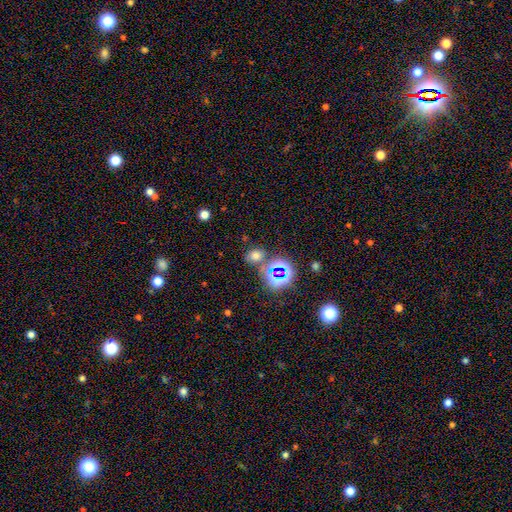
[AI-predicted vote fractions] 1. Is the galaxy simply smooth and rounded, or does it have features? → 59% smooth, 33% star or artifact, 8% featured or disk.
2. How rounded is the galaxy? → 54% round, 45% in between, 1% cigar-shaped.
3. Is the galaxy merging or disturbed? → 71% none, 13% merger, 11% minor disturbance, 5% major disturbance.